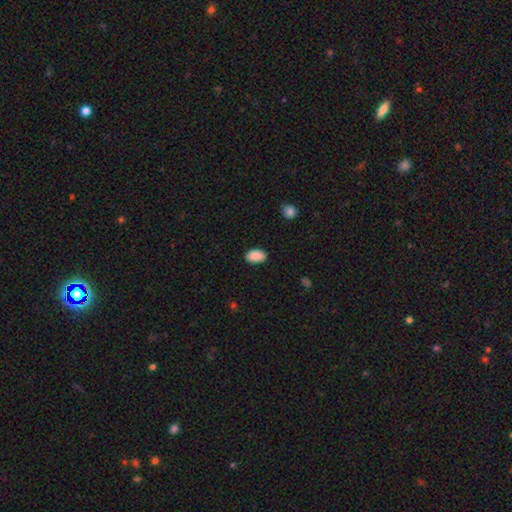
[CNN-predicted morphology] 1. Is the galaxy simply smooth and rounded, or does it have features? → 91% smooth, 7% star or artifact, 3% featured or disk.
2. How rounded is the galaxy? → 93% in between, 5% round, 1% cigar-shaped.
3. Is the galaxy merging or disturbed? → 87% none, 9% minor disturbance, 2% major disturbance, 1% merger.